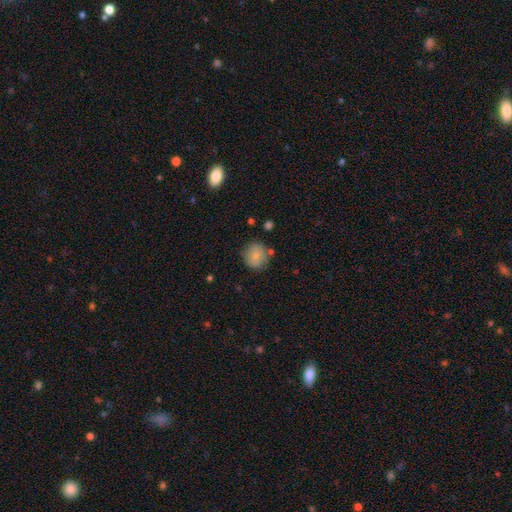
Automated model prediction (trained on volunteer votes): smooth_or_featured: smooth (p=0.78) [alt: featured or disk p=0.14]
how_rounded: round (p=0.83) [alt: in between p=0.16]
merging: none (p=0.79) [alt: minor disturbance p=0.14]